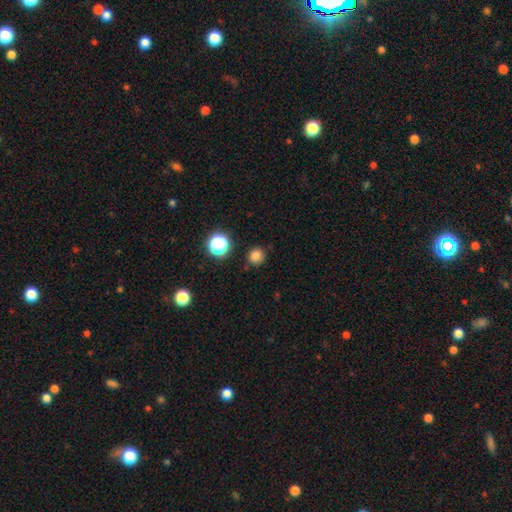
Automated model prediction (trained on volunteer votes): A smooth galaxy with no disk features (81%) that is round (87%).

Vote fractions:
- Smooth or featured? smooth: 81% / star or artifact: 15% / featured or disk: 4%
- How rounded? round: 87% / in between: 12% / cigar-shaped: 1%
- Merging? none: 85% / minor disturbance: 10% / major disturbance: 3% / merger: 2%